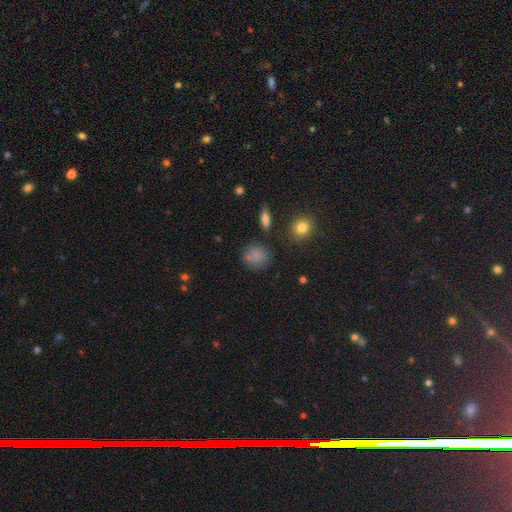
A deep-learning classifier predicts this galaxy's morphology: This appears to be a smooth galaxy with no disk features (80%) that is round (79%). Merging: none (73%).